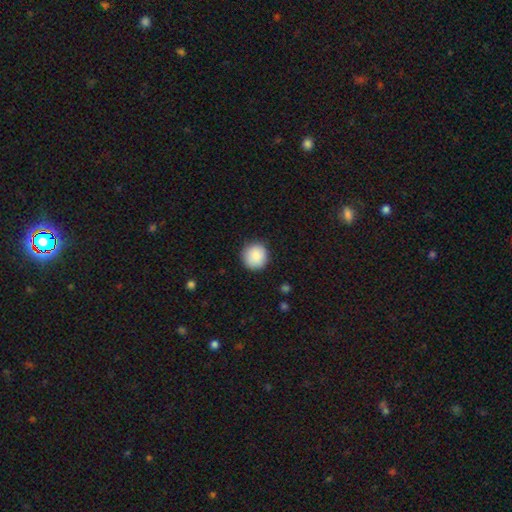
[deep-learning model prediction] Smooth or featured? Predicted: smooth (p=0.89). How rounded? Predicted: round (p=0.95). Merging? Predicted: none (p=0.90).